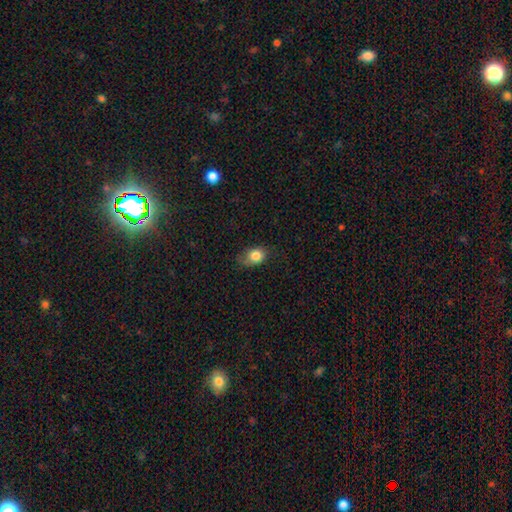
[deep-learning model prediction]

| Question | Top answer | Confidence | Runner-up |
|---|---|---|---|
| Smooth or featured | smooth | 82% | star or artifact (9%) |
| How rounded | in between | 59% | round (40%) |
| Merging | none | 61% | minor disturbance (29%) |